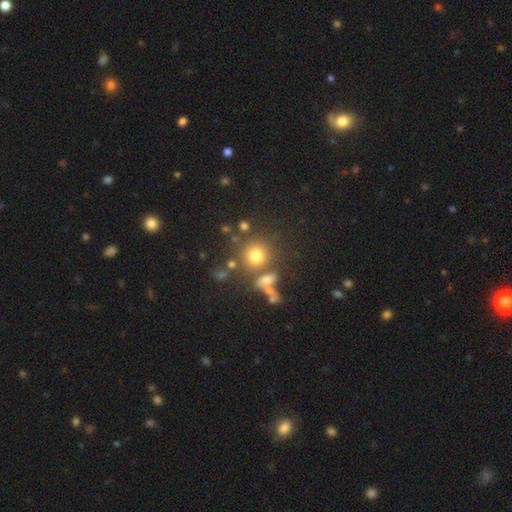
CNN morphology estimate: Overall: smooth (73%). How rounded: round (88%). Merging: none (67%).